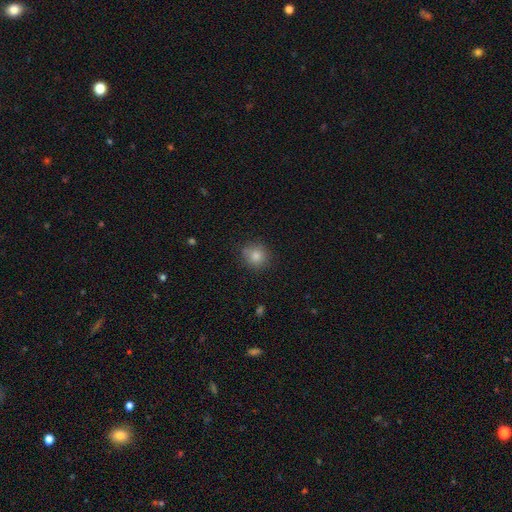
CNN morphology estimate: This appears to be a smooth galaxy with no disk features (81%) that is round (88%). Merging: none (83%).